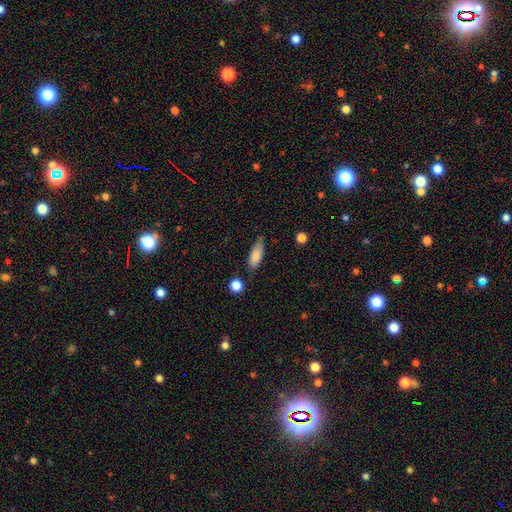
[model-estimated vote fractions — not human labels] smooth-or-featured: smooth: 85% | featured or disk: 8% | star or artifact: 7%
  how-rounded: in between: 75% | cigar-shaped: 23% | round: 2%
  merging: none: 72% | minor disturbance: 20% | major disturbance: 4% | merger: 4%